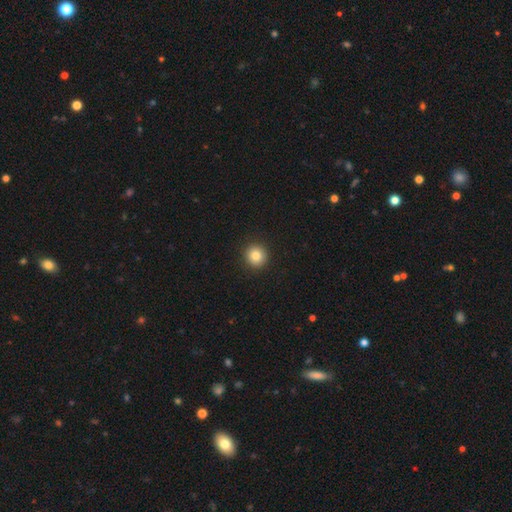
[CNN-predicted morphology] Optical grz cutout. It shows a smooth galaxy with no disk features (83%) that is round (93%). Merging: none (93%).